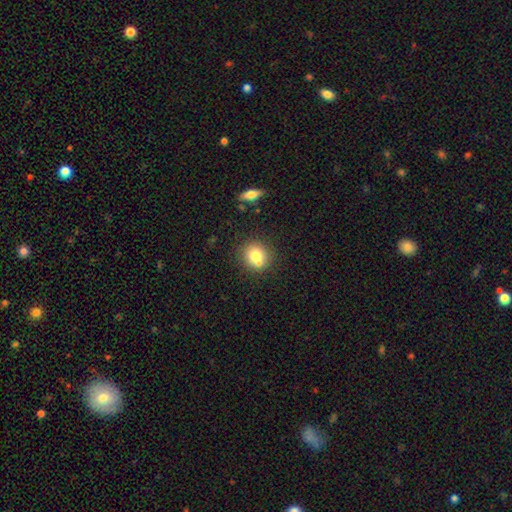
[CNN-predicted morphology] Overall: smooth (74%). How rounded: round (86%). Merging: none (60%; merger 26%).